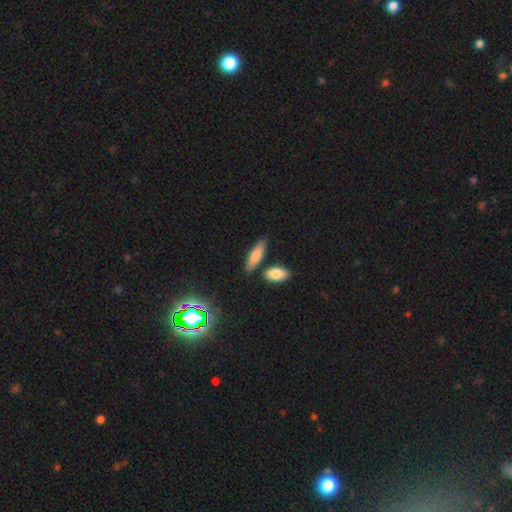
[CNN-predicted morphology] A smooth galaxy with no disk features (79%) that is in between round and cigar-shaped (54%).

Vote fractions:
- Smooth or featured? smooth: 79% / featured or disk: 14% / star or artifact: 8%
- How rounded? in between: 54% / cigar-shaped: 44% / round: 3%
- Merging? none: 76% / minor disturbance: 12% / merger: 10% / major disturbance: 3%